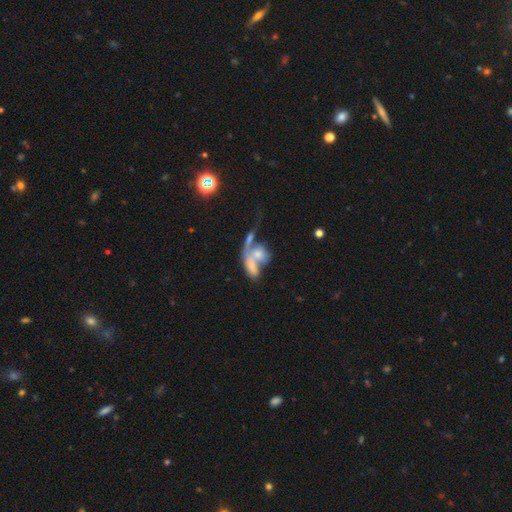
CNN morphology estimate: The model was most divided on "smooth or featured": smooth: 47%, featured or disk: 43%, star or artifact: 10%. More confident: merging — merger (62%).